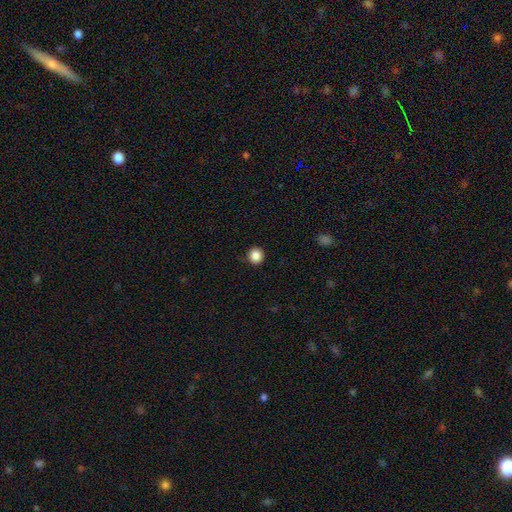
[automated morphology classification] Smooth or featured? smooth (86%)
How rounded? round (90%)
Merging? none (90%)